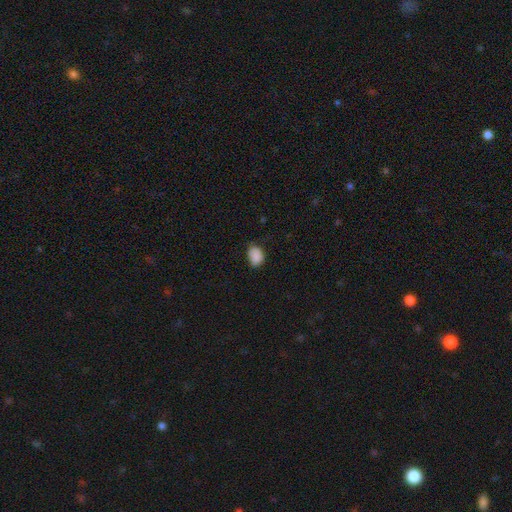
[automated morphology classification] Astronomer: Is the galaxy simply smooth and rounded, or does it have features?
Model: smooth — 85%.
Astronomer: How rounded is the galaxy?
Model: in between — 71%.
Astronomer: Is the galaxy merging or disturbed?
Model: none — 57% (runner-up: minor disturbance, 34%).